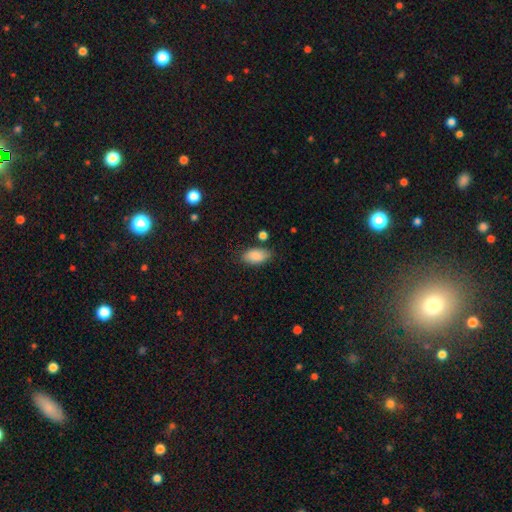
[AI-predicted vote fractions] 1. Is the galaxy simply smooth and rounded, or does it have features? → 88% smooth, 7% star or artifact, 5% featured or disk.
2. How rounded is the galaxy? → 92% in between, 4% cigar-shaped, 4% round.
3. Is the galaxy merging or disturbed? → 79% none, 14% minor disturbance, 4% merger, 3% major disturbance.